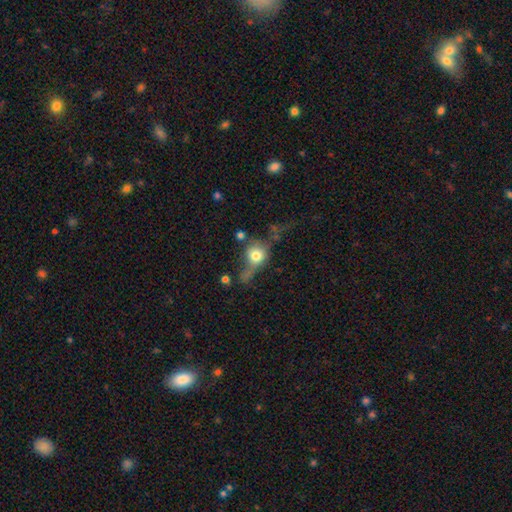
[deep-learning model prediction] The model was most divided on "merging": none: 33%, major disturbance: 31%, minor disturbance: 21%, merger: 16%. More confident: how rounded — round (70%); smooth or featured — smooth (64%).